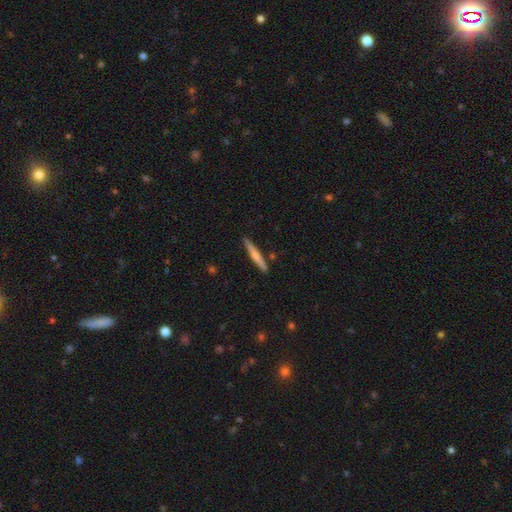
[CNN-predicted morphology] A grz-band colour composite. It shows a smooth galaxy with no disk features (54%) that is cigar-shaped (95%). Merging: none (88%).